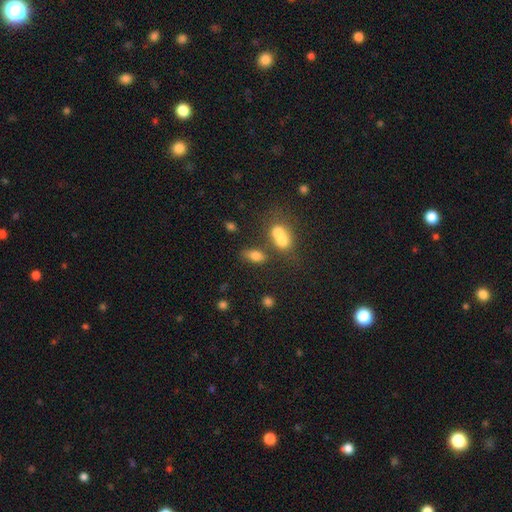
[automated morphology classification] smooth-or-featured: smooth: 76% | star or artifact: 12% | featured or disk: 12%
  how-rounded: in between: 85% | round: 11% | cigar-shaped: 4%
  merging: none: 49% | merger: 30% | minor disturbance: 14% | major disturbance: 7%